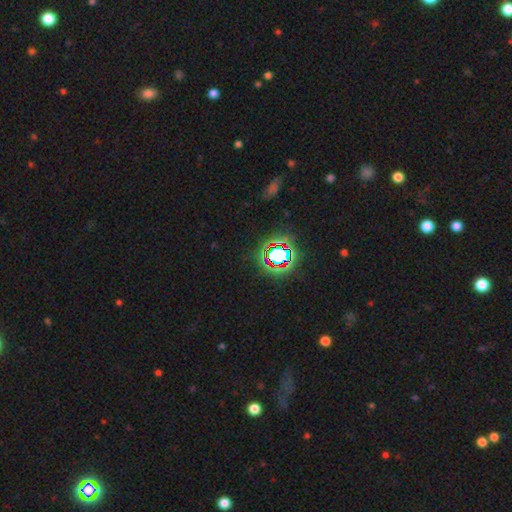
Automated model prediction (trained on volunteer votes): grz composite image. It shows a star or artifact, not a galaxy (78%).